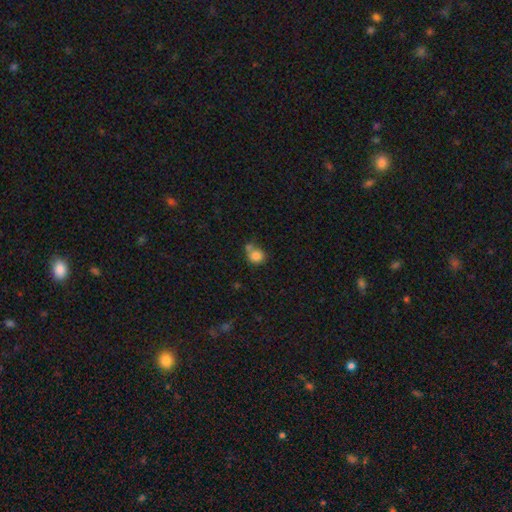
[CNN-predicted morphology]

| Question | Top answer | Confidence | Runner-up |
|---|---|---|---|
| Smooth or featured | smooth | 82% | star or artifact (10%) |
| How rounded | round | 79% | in between (20%) |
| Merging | none | 44% | merger (32%) |